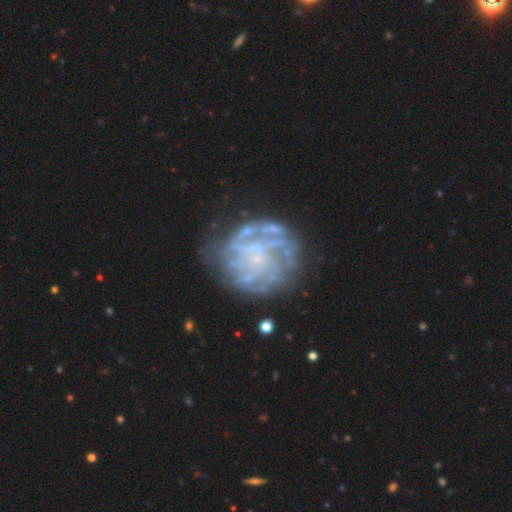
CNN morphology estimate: A featured or disk galaxy (78%) with no bar (76%), tight (52%) spiral arms (72%) and a small central bulge (44%). Merging: none (63%).